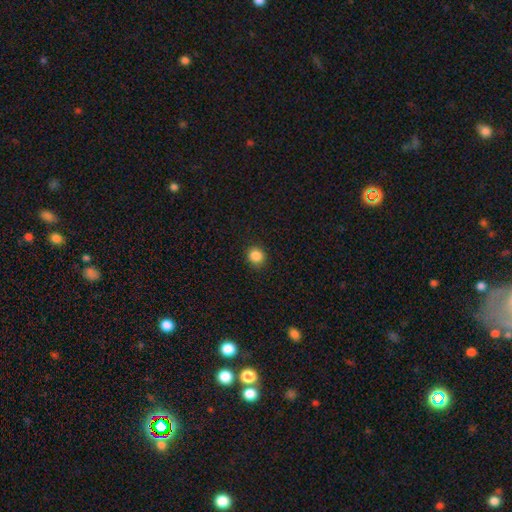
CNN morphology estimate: Smooth or featured?
  - smooth: 86% *
  - star or artifact: 11%
  - featured or disk: 3%
How rounded?
  - round: 87% *
  - in between: 12%
  - cigar-shaped: 1%
Merging?
  - none: 90% *
  - minor disturbance: 7%
  - major disturbance: 2%
  - merger: 1%